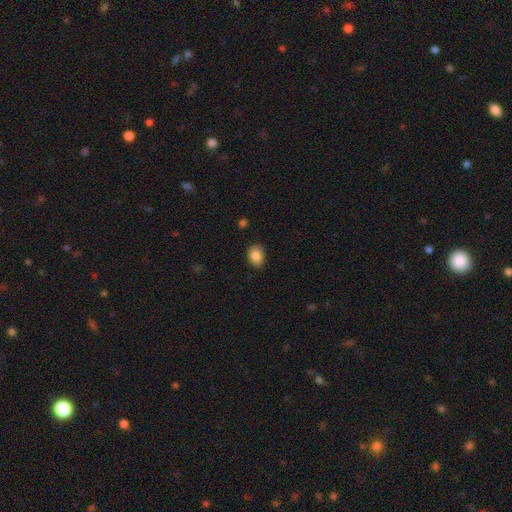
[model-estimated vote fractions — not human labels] Smooth or featured? smooth (87%)
How rounded? in between (63%)
Merging? none (82%)